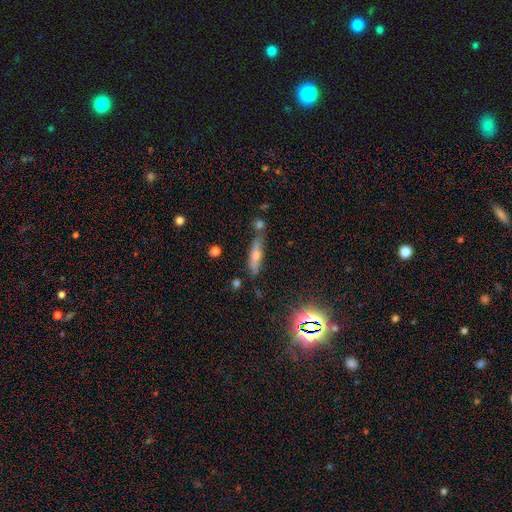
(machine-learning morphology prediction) Smooth or featured? Predicted: smooth (p=0.43). Merging? Predicted: none (p=0.67).